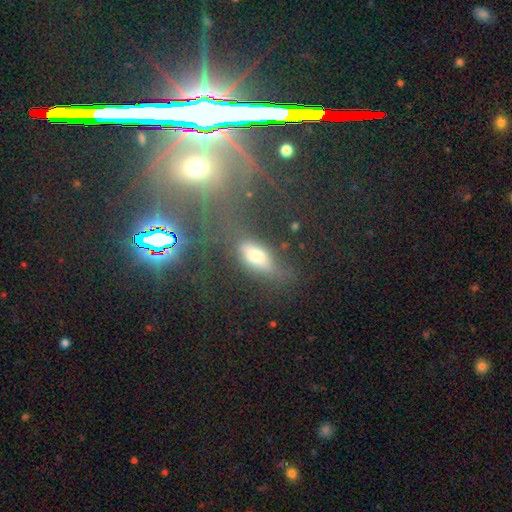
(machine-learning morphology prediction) smooth_or_featured: smooth (p=0.56) [alt: star or artifact p=0.25]
how_rounded: in between (p=0.76) [alt: cigar-shaped p=0.15]
merging: none (p=0.61) [alt: minor disturbance p=0.18]